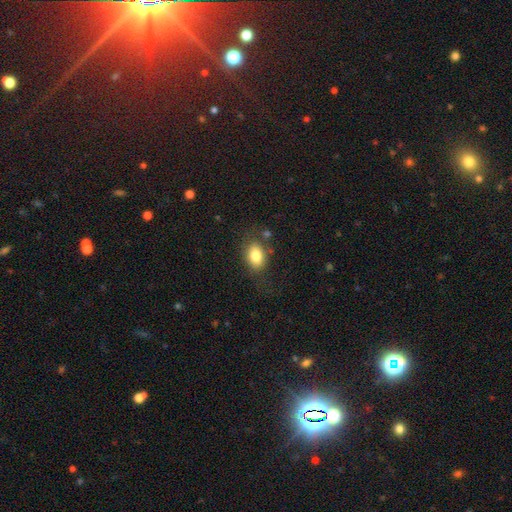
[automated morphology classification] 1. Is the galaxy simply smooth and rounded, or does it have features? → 81% smooth, 11% featured or disk, 8% star or artifact.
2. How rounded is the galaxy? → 82% in between, 17% round, 1% cigar-shaped.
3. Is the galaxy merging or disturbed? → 74% none, 16% minor disturbance, 7% major disturbance, 4% merger.